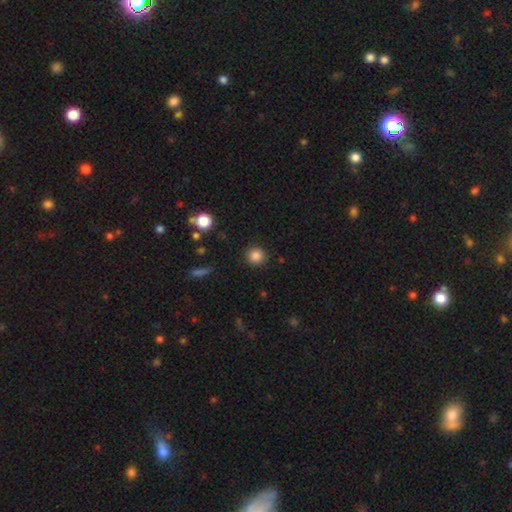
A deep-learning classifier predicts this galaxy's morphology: smooth 85%, star or artifact 11%, featured or disk 4%. Down the decision tree: how rounded — round (93%); merging — none (90%).